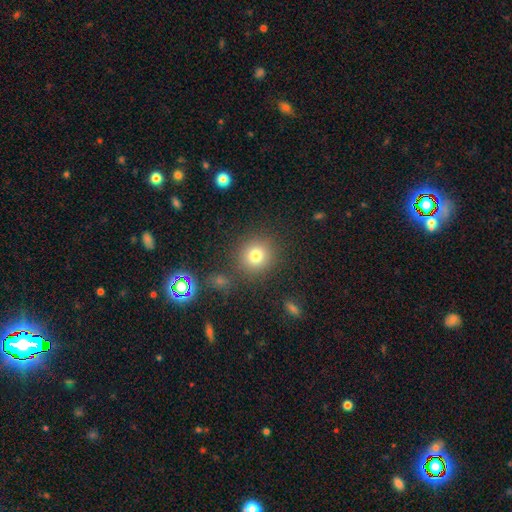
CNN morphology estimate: Q: Smooth or featured?
A: smooth (78%); runner-up: star or artifact (14%)
Q: How rounded?
A: round (90%); runner-up: in between (9%)
Q: Merging?
A: none (84%); runner-up: minor disturbance (8%)